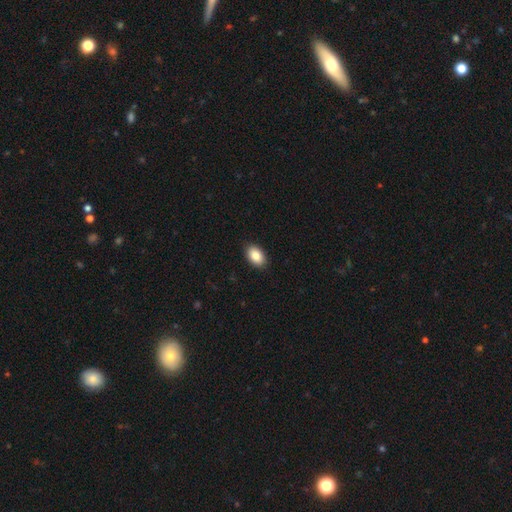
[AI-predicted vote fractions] A smooth galaxy with no disk features (87%) that is in between round and cigar-shaped (90%). Merging: none (90%).